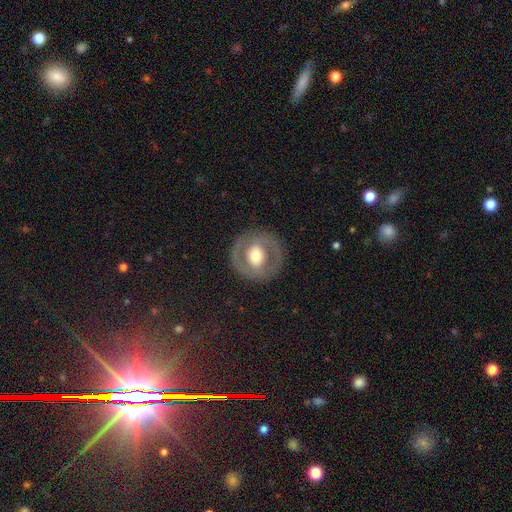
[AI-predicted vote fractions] A featured or disk galaxy (59%) with no bar (49%), no spiral arms (67%) and a moderate central bulge (63%). Merging: none (84%).